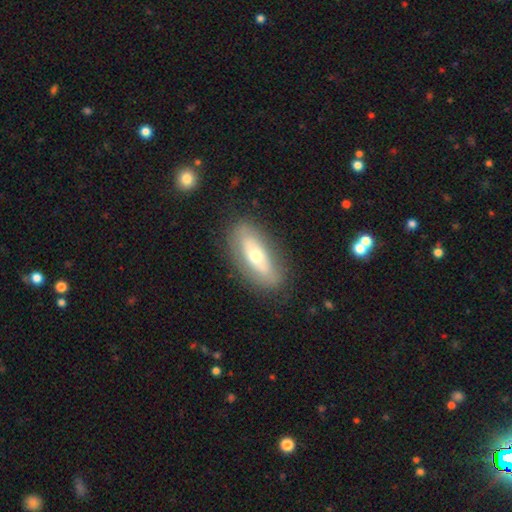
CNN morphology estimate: A featured or disk galaxy (49%).

Vote fractions:
- Smooth or featured? featured or disk: 49% / smooth: 45% / star or artifact: 6%
- Merging? none: 80% / minor disturbance: 14% / major disturbance: 5% / merger: 2%